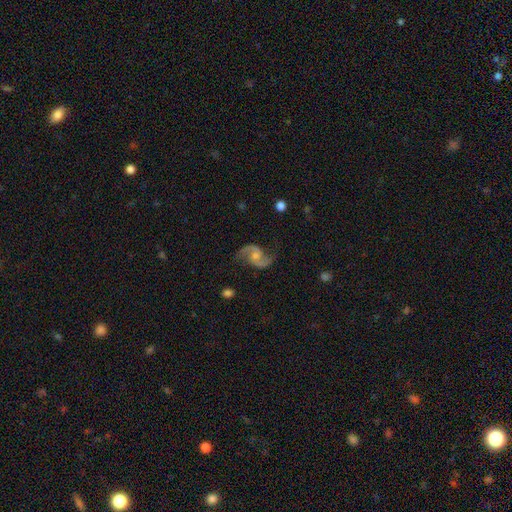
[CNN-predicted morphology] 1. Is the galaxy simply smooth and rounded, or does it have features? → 91% featured or disk, 5% star or artifact, 4% smooth.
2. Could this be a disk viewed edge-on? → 98% no, 2% yes.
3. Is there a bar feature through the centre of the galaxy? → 54% no, 37% weak, 9% strong.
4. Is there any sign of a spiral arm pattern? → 98% yes, 2% no.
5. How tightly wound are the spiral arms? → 52% loose, 40% medium, 8% tight.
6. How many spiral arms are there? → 94% 2, 1% can't tell, 1% 1, 1% 3, 1% 4, 1% more than 4.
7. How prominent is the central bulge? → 45% small, 44% moderate, 7% none, 3% large, 1% dominant.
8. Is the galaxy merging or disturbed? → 80% none, 13% minor disturbance, 5% major disturbance, 1% merger.